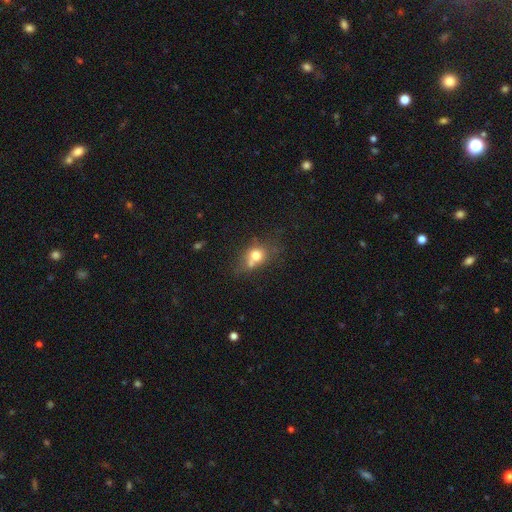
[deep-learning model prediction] Smooth or featured? Predicted: smooth (p=0.70). How rounded? Predicted: round (p=0.59). Merging? Predicted: none (p=0.40).